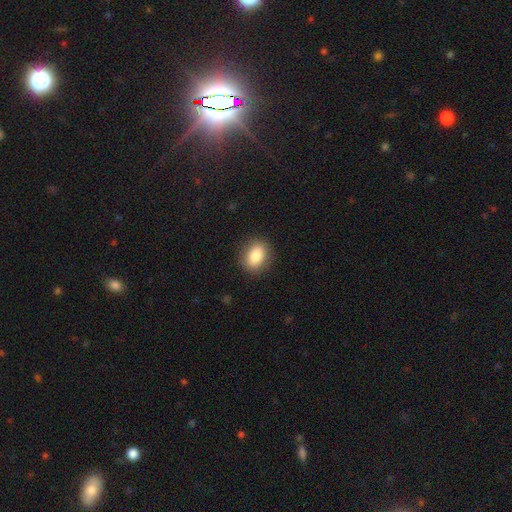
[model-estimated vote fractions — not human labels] The model was most divided on "how rounded": in between: 65%, round: 34%, cigar-shaped: 1%. More confident: merging — none (88%); smooth or featured — smooth (85%).